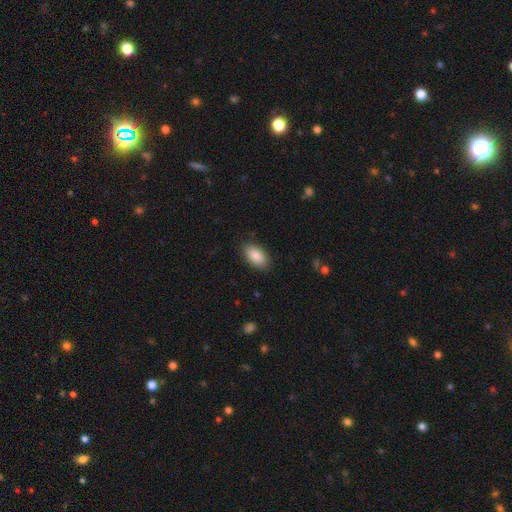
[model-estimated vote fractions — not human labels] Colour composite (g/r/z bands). It shows a smooth galaxy with no disk features (88%) that is in between round and cigar-shaped (94%). Merging: none (87%).